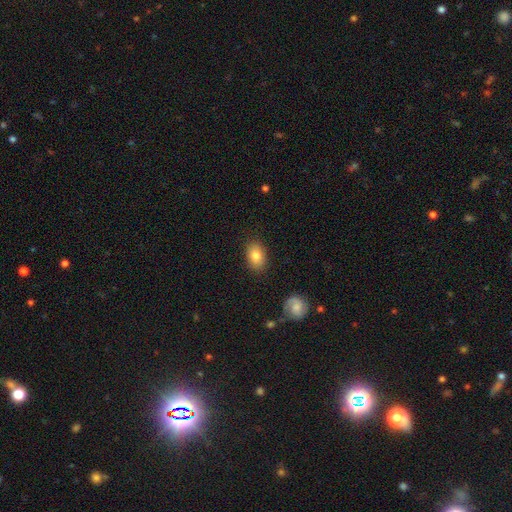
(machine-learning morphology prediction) Overall: smooth (80%). How rounded: in between (82%). Merging: none (85%).